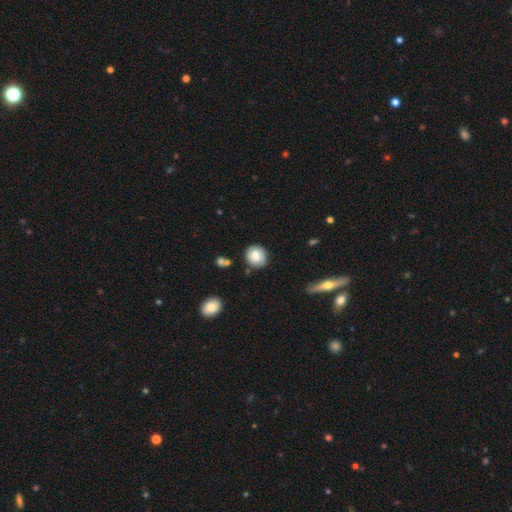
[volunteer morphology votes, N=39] smooth 69%, featured or disk 21%, star or artifact 10%. Down the decision tree: how rounded — round (81%); merging — none (80%).